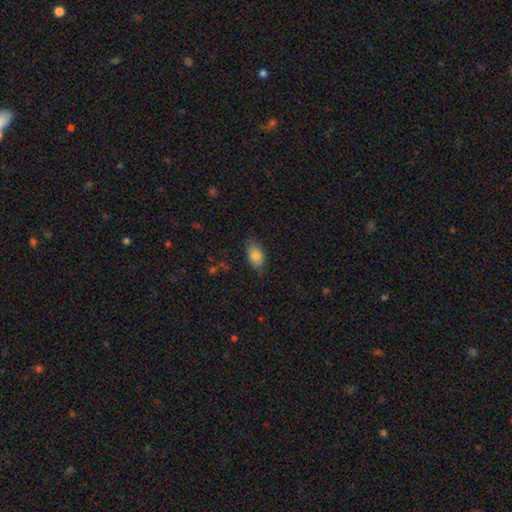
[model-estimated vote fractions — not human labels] Overall: smooth (81%). How rounded: in between (89%). Merging: none (75%).